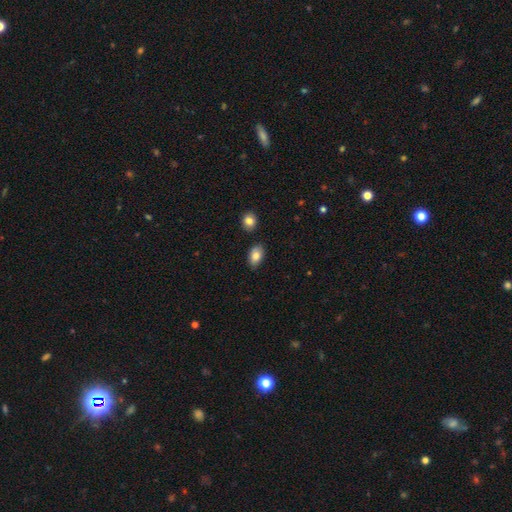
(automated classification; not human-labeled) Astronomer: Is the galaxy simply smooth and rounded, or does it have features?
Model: smooth — 83%.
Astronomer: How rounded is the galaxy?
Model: in between — 90%.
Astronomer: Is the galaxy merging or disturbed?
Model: none — 82%.